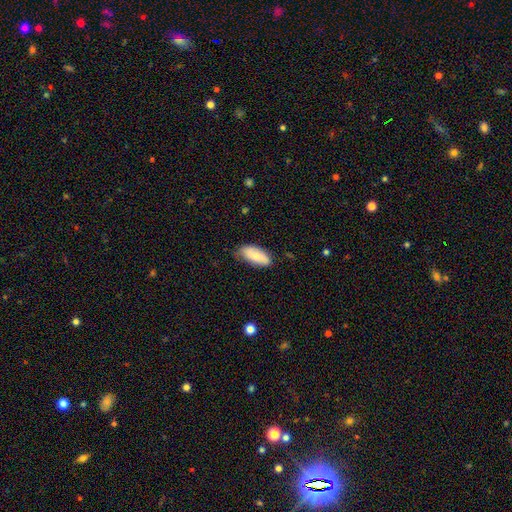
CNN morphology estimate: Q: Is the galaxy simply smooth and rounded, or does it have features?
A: smooth — 74%.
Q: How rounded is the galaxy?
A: in between — 89%.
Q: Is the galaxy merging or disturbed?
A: none — 71%.